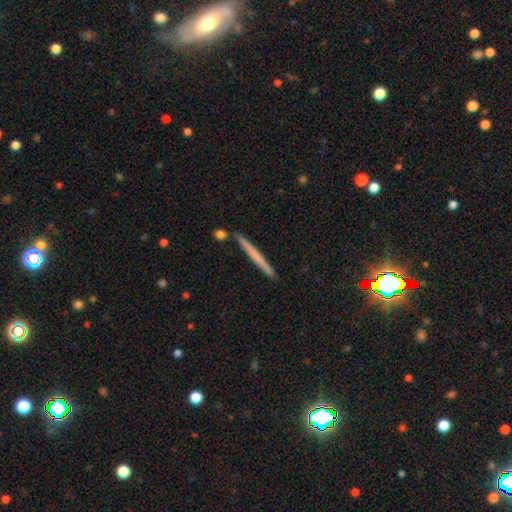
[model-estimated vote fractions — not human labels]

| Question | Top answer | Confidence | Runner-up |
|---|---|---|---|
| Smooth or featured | smooth | 55% | featured or disk (39%) |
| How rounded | cigar-shaped | 97% | in between (2%) |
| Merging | none | 88% | minor disturbance (7%) |